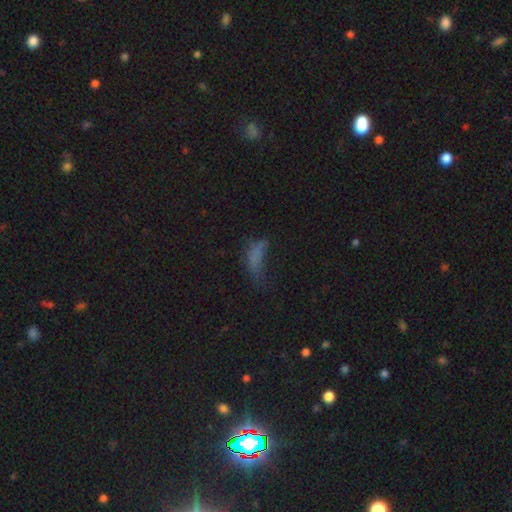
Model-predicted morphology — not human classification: smooth-or-featured: smooth: 56% | star or artifact: 23% | featured or disk: 21%
  how-rounded: in between: 66% | cigar-shaped: 28% | round: 6%
  merging: major disturbance: 42% | none: 30% | minor disturbance: 21% | merger: 6%